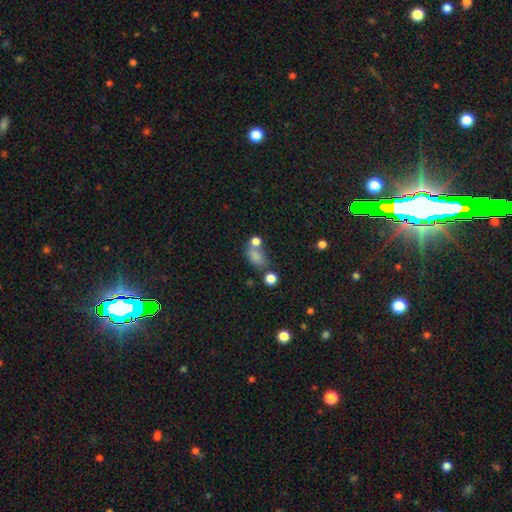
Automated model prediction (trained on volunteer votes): The model was most divided on "merging": none: 37%, merger: 34%, minor disturbance: 17%, major disturbance: 12%. More confident: how rounded — in between (77%); smooth or featured — smooth (74%).